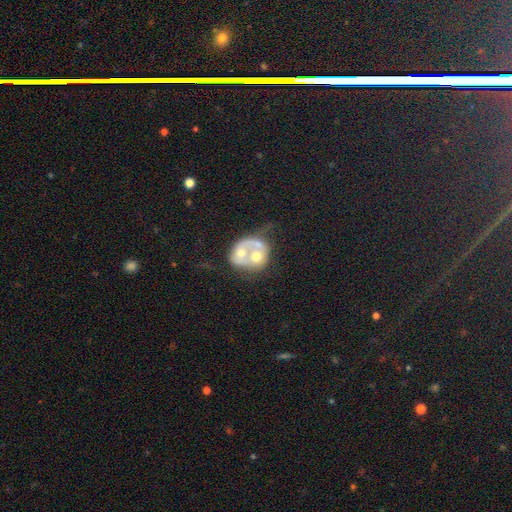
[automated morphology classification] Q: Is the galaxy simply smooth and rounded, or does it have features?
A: featured or disk — 55%.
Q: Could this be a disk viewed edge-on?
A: no — 97%.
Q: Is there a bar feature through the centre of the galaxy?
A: no — 91%.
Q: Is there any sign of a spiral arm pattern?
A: no — 81%.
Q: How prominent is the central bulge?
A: moderate — 64%.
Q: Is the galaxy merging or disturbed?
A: merger — 73%.